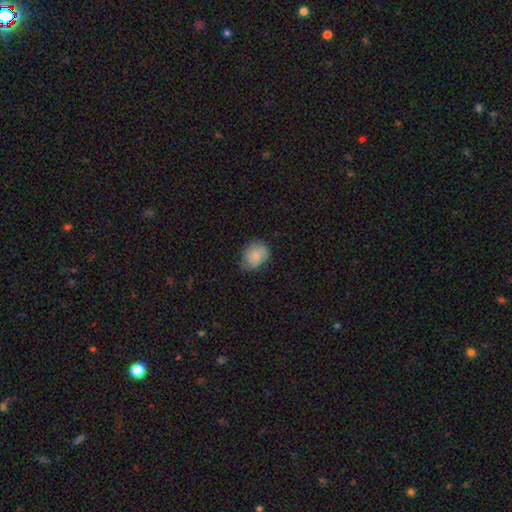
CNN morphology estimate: Smooth or featured?
  - smooth: 79% *
  - featured or disk: 14%
  - star or artifact: 8%
How rounded?
  - round: 61% *
  - in between: 38%
  - cigar-shaped: 1%
Merging?
  - none: 58% *
  - minor disturbance: 32%
  - major disturbance: 8%
  - merger: 1%